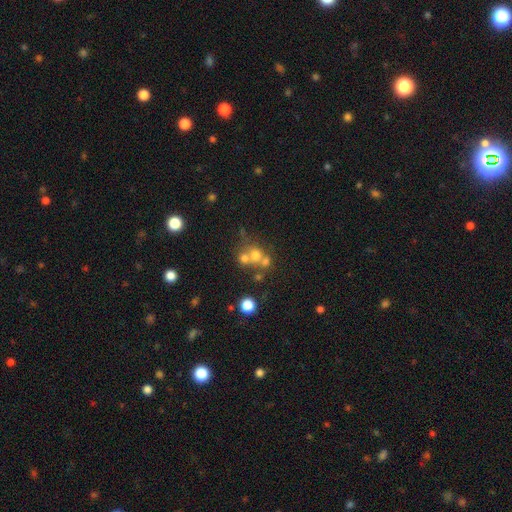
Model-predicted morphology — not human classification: A smooth galaxy with no disk features (56%) that is round (82%). Merging: merger (47%).